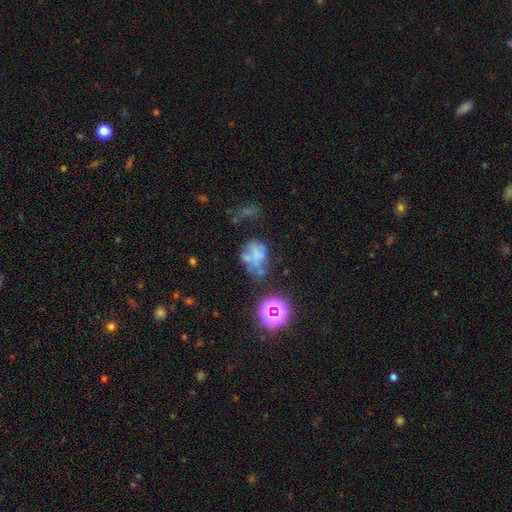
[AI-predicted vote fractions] A smooth galaxy with no disk features (40%). Merging: none (32%).